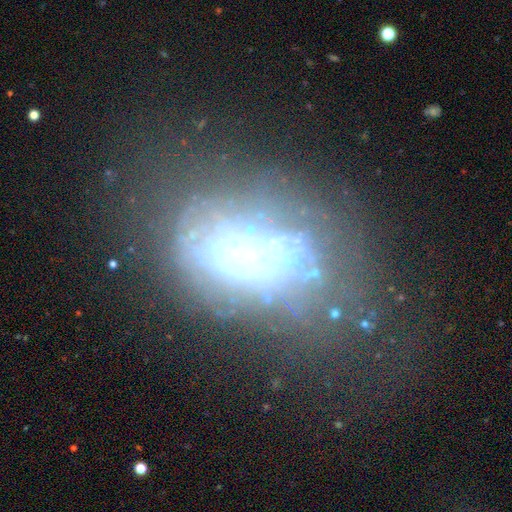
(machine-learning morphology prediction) A featured or disk galaxy (59%) with no bar (73%), no spiral arms (80%) and a large central bulge (32%).

Vote fractions:
- Smooth or featured? featured or disk: 59% / star or artifact: 20% / smooth: 20%
- Edge-on disk? no: 88% / yes: 12%
- Bar? no: 73% / weak: 14% / strong: 13%
- Spiral arms? no: 80% / yes: 20%
- Bulge size? large: 32% / moderate: 29% / none: 15% / dominant: 13% / small: 11%
- Merging? none: 49% / major disturbance: 26% / minor disturbance: 19% / merger: 6%